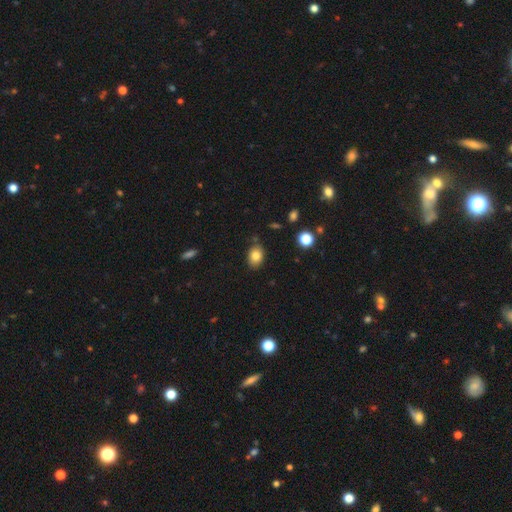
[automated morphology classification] type=smooth (83%); roundness=in between (73%); merging=none (80%).